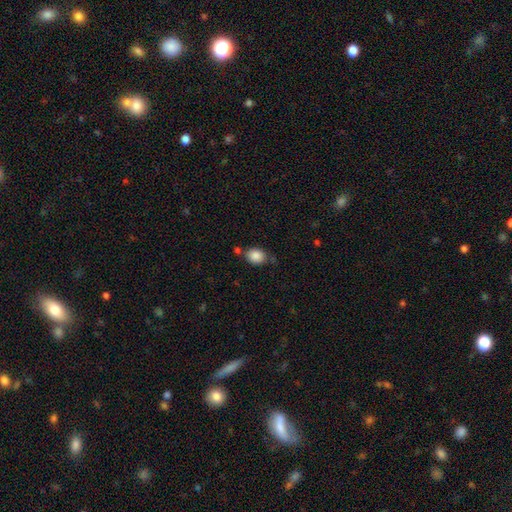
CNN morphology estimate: smooth_or_featured: smooth (p=0.87) [alt: star or artifact p=0.08]
how_rounded: in between (p=0.53) [alt: round p=0.46]
merging: none (p=0.71) [alt: minor disturbance p=0.16]